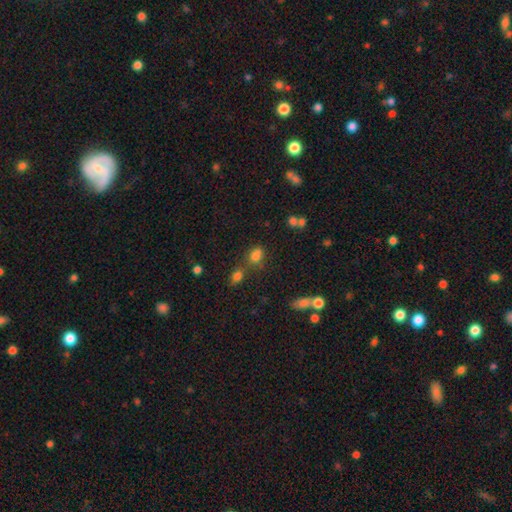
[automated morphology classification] This is likely a smooth galaxy (75%). How rounded: likely in between (75%). Merging: possibly none (52%).